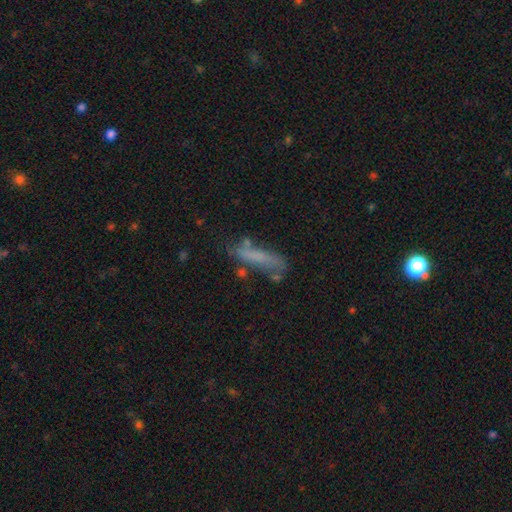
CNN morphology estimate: Smooth or featured? Predicted: smooth (p=0.59). How rounded? Predicted: cigar-shaped (p=0.78). Merging? Predicted: none (p=0.50).